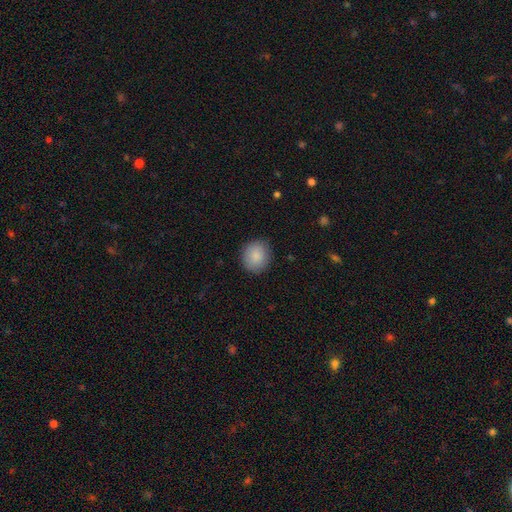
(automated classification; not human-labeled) smooth_or_featured: smooth (p=0.87) [alt: star or artifact p=0.07]
how_rounded: round (p=0.81) [alt: in between p=0.18]
merging: none (p=0.87) [alt: minor disturbance p=0.09]